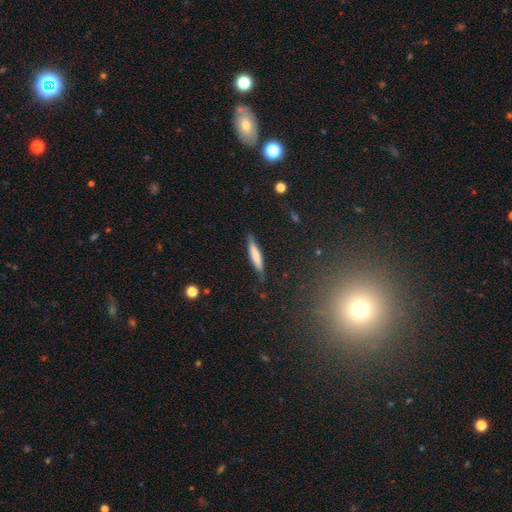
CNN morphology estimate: A smooth galaxy with no disk features (69%) that is cigar-shaped (86%).

Vote fractions:
- Smooth or featured? smooth: 69% / featured or disk: 25% / star or artifact: 6%
- How rounded? cigar-shaped: 86% / in between: 12% / round: 1%
- Merging? none: 80% / minor disturbance: 15% / major disturbance: 3% / merger: 2%